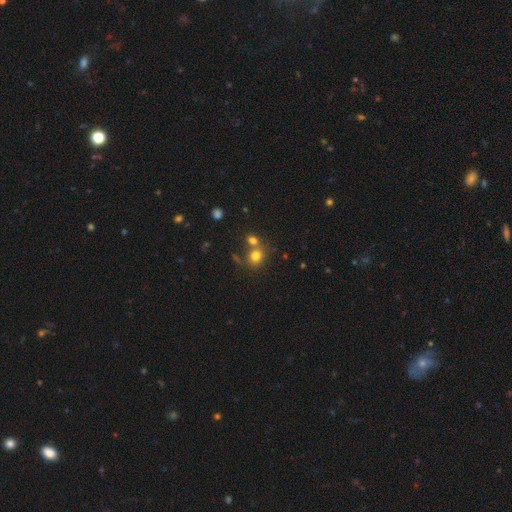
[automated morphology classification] Smooth or featured? smooth (76%)
How rounded? round (72%)
Merging? none (55%)